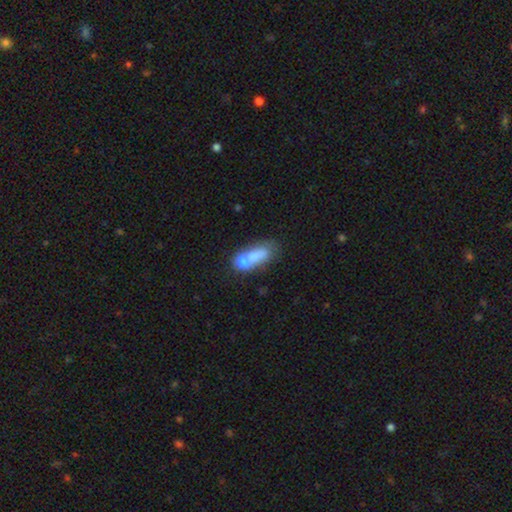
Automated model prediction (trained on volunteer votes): Smooth or featured? smooth (67%)
How rounded? in between (65%)
Merging? merger (54%)